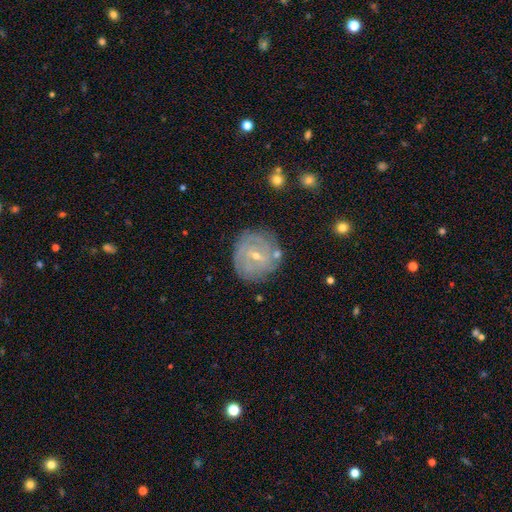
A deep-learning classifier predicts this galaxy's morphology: Q: Smooth or featured?
A: featured or disk (76%); runner-up: smooth (16%)
Q: Edge-on disk?
A: no (97%); runner-up: yes (3%)
Q: Bar?
A: weak (54%); runner-up: no (32%)
Q: Spiral arms?
A: yes (90%); runner-up: no (10%)
Q: Spiral winding?
A: tight (74%); runner-up: medium (21%)
Q: Spiral arm count?
A: can't tell (40%); runner-up: 3 (18%)
Q: Bulge size?
A: small (64%); runner-up: moderate (33%)
Q: Merging?
A: none (77%); runner-up: minor disturbance (15%)